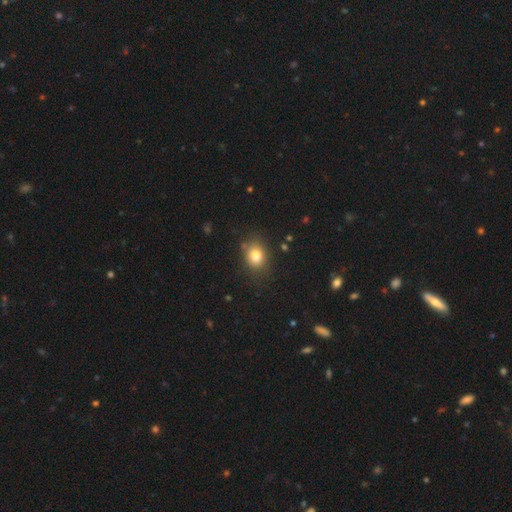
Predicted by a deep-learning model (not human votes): Morphology: type=smooth (81%); roundness=in between (50%); merging=none (79%).